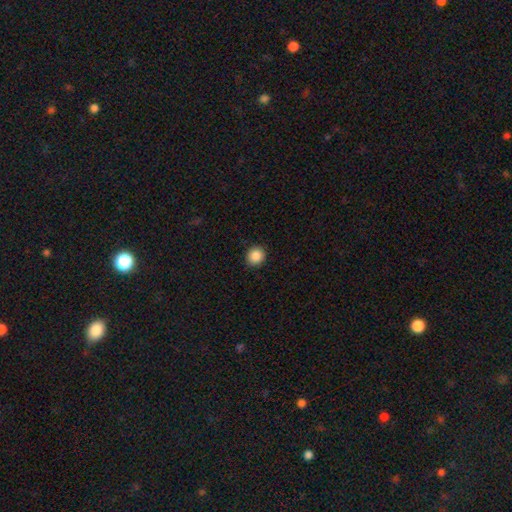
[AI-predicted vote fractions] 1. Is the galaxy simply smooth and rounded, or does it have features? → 87% smooth, 9% star or artifact, 3% featured or disk.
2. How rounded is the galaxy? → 86% round, 13% in between, 1% cigar-shaped.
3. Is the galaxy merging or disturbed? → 91% none, 6% minor disturbance, 2% major disturbance, 1% merger.